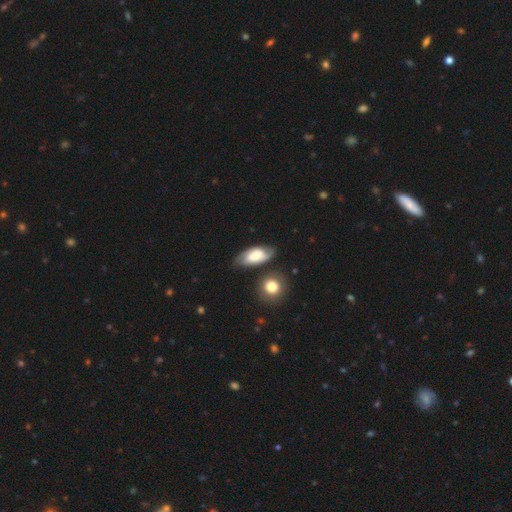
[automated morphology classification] A featured or disk galaxy (52%).

Vote fractions:
- Smooth or featured? featured or disk: 52% / smooth: 41% / star or artifact: 7%
- Edge-on disk? no: 91% / yes: 9%
- Merging? none: 67% / minor disturbance: 19% / merger: 7% / major disturbance: 7%